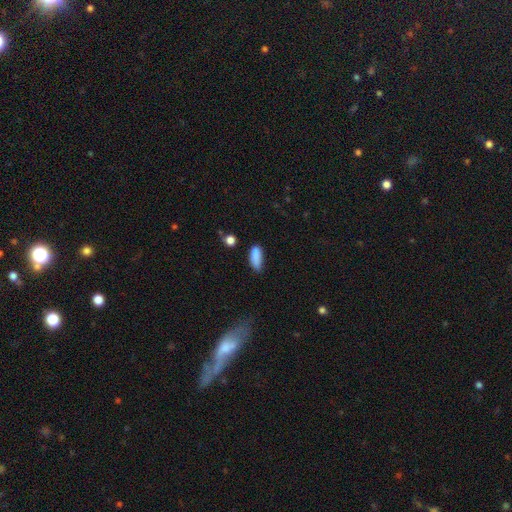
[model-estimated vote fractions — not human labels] smooth_or_featured: smooth (p=0.85) [alt: star or artifact p=0.09]
how_rounded: in between (p=0.74) [alt: cigar-shaped p=0.23]
merging: none (p=0.55) [alt: minor disturbance p=0.33]